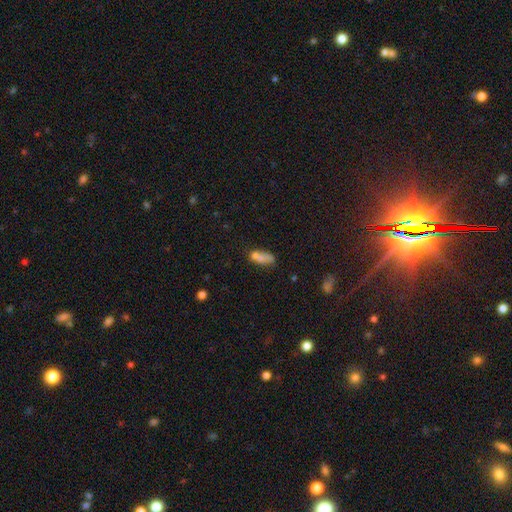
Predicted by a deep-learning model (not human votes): This is likely a smooth galaxy (66%). How rounded: likely in between (68%). Merging: marginally none (38%).